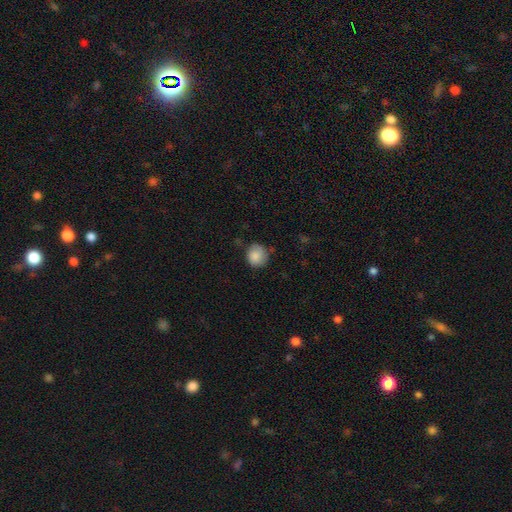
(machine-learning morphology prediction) Smooth or featured? Predicted: smooth (p=0.83). How rounded? Predicted: round (p=0.82). Merging? Predicted: none (p=0.68).